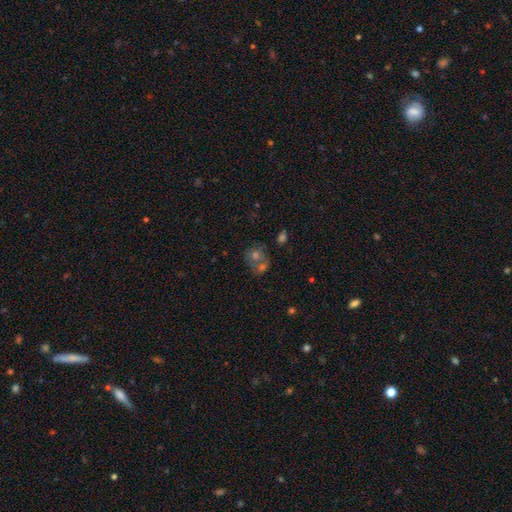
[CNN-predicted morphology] Overall: smooth (50%; featured or disk 26%). How rounded: round (74%). Merging: none (42%; merger 41%).